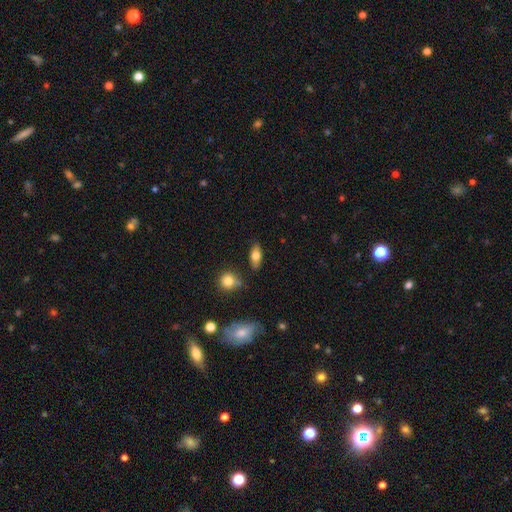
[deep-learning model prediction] A smooth galaxy with no disk features (69%) that is in between round and cigar-shaped (81%). Merging: none (80%).